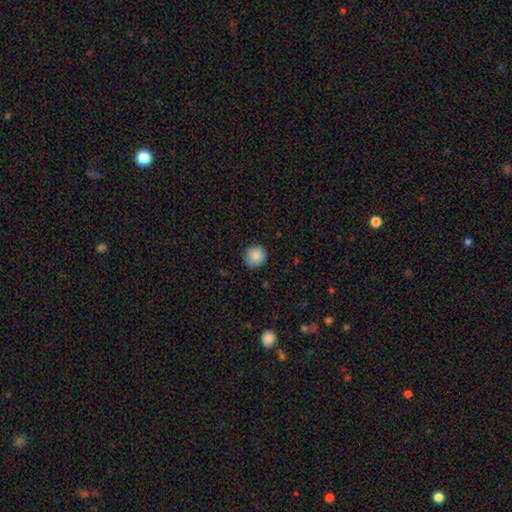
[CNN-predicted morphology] type=smooth (86%); roundness=round (91%); merging=none (85%).